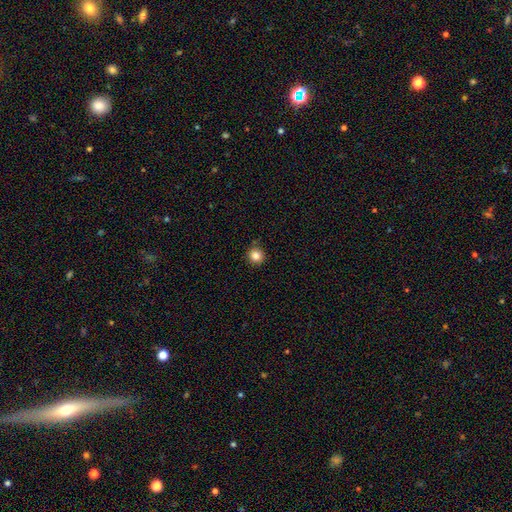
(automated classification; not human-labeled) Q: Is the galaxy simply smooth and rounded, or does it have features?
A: smooth — 84%.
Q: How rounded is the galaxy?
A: round — 94%.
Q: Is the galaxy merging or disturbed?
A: none — 87%.